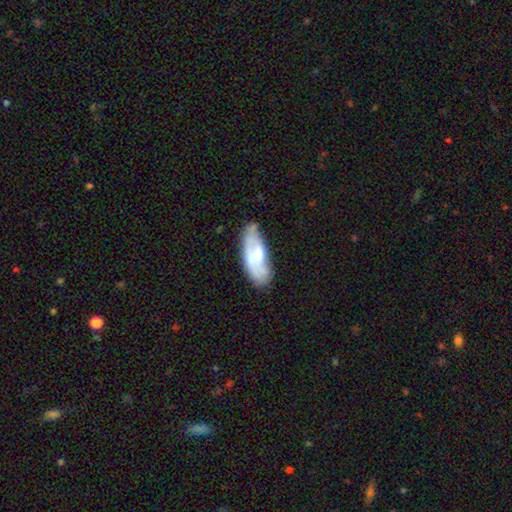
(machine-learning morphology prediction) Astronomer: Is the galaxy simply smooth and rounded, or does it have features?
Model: smooth — 49% (runner-up: featured or disk, 45%).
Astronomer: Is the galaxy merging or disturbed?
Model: none — 56%.